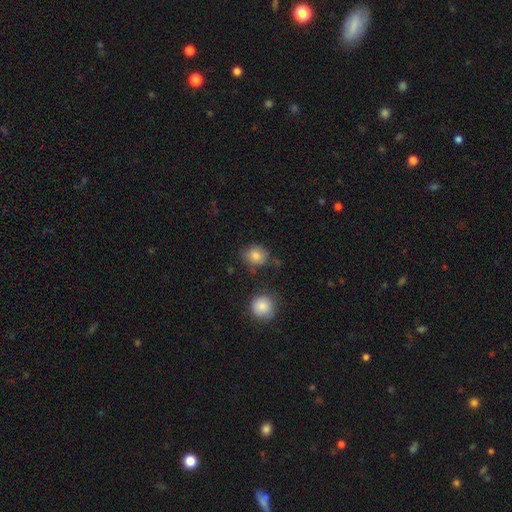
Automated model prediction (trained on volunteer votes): A smooth galaxy with no disk features (84%) that is round (69%).

Vote fractions:
- Smooth or featured? smooth: 84% / star or artifact: 10% / featured or disk: 6%
- How rounded? round: 69% / in between: 30% / cigar-shaped: 1%
- Merging? none: 72% / minor disturbance: 18% / merger: 5% / major disturbance: 5%